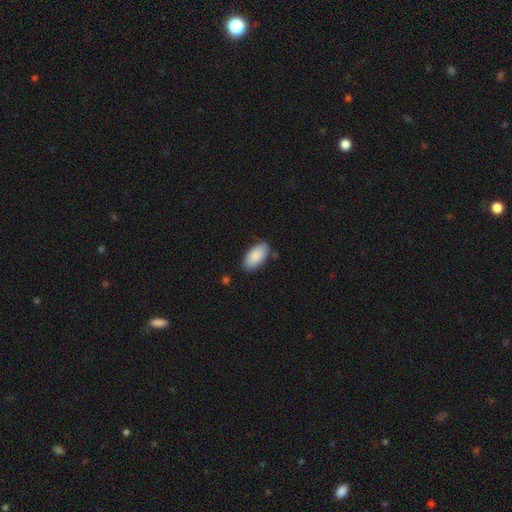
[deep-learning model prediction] Smooth or featured? smooth (89%)
How rounded? in between (94%)
Merging? none (80%)